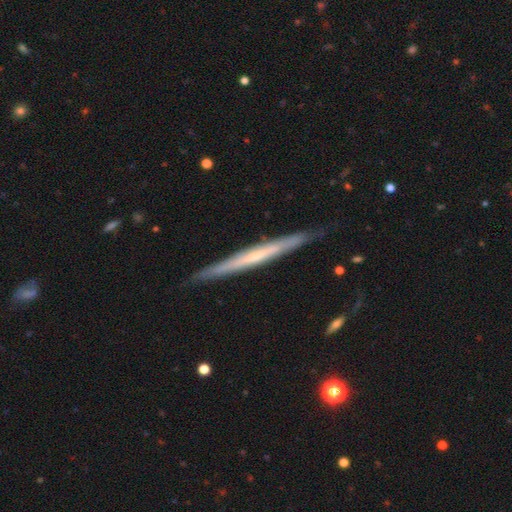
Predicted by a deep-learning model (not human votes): The model was most divided on "smooth or featured": featured or disk: 65%, smooth: 29%, star or artifact: 6%. More confident: edge-on disk — yes (96%); merging — none (88%); edge-on bulge — none (70%).